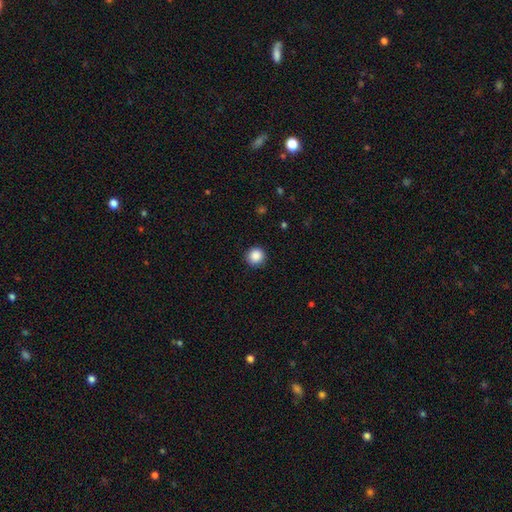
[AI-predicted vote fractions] smooth-or-featured: smooth: 88% | star or artifact: 9% | featured or disk: 3%
  how-rounded: round: 94% | in between: 5% | cigar-shaped: 1%
  merging: none: 89% | minor disturbance: 7% | major disturbance: 2% | merger: 1%